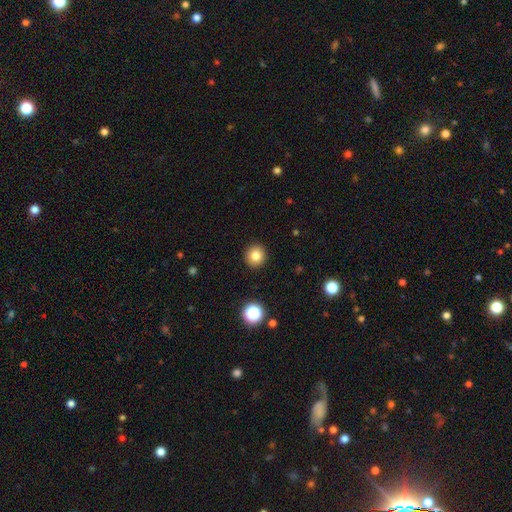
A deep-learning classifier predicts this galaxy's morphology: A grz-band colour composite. It shows a smooth galaxy with no disk features (82%) that is round (93%). Merging: none (92%).